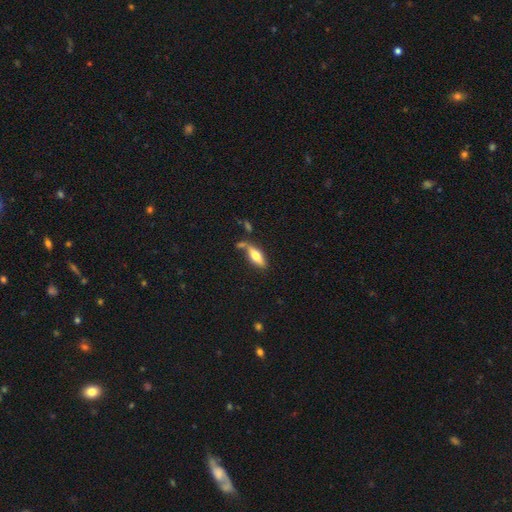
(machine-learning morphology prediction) smooth-or-featured: smooth: 66% | featured or disk: 28% | star or artifact: 7%
  how-rounded: in between: 65% | cigar-shaped: 32% | round: 3%
  merging: none: 56% | merger: 20% | minor disturbance: 17% | major disturbance: 7%